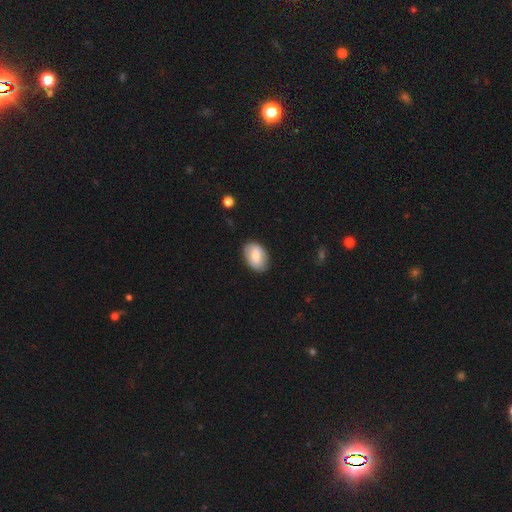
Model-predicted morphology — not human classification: smooth_or_featured: smooth (p=0.75) [alt: featured or disk p=0.19]
how_rounded: in between (p=0.87) [alt: round p=0.12]
merging: none (p=0.83) [alt: minor disturbance p=0.14]